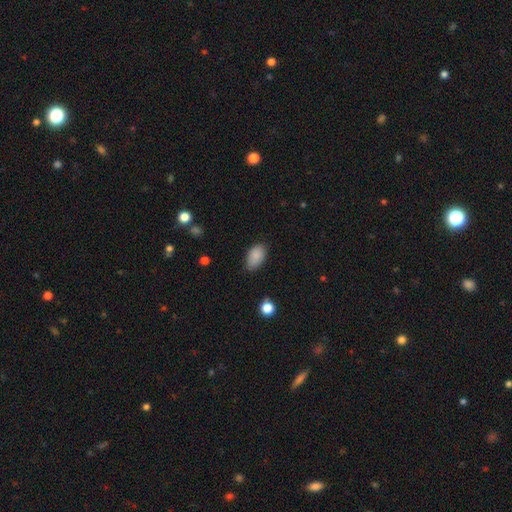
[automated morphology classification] Smooth or featured?
  - smooth: 88% *
  - star or artifact: 7%
  - featured or disk: 5%
How rounded?
  - in between: 93% *
  - round: 6%
  - cigar-shaped: 2%
Merging?
  - none: 77% *
  - minor disturbance: 18%
  - major disturbance: 3%
  - merger: 1%